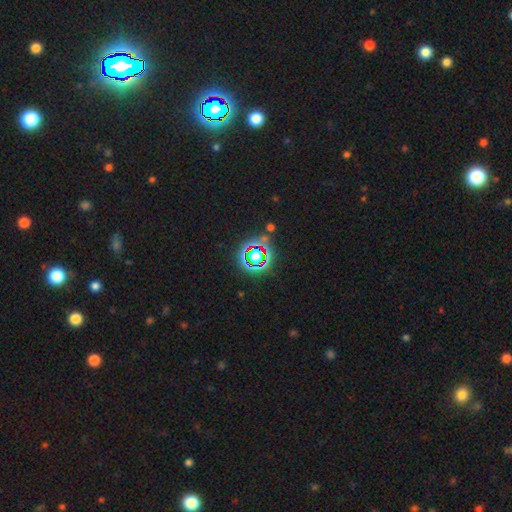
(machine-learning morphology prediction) smooth_or_featured: star or artifact (p=0.65) [alt: smooth p=0.23]